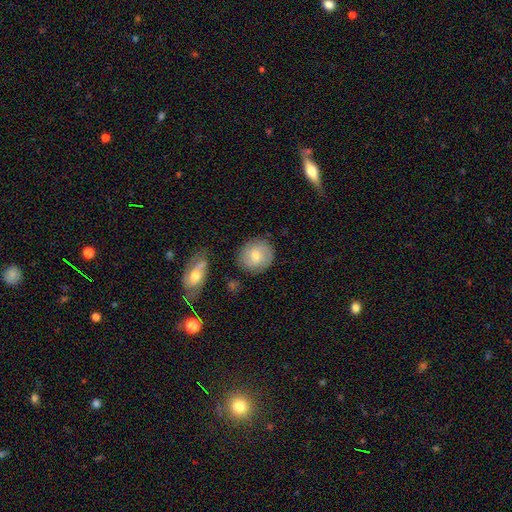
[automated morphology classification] Smooth or featured? smooth (51%)
How rounded? round (75%)
Merging? none (80%)